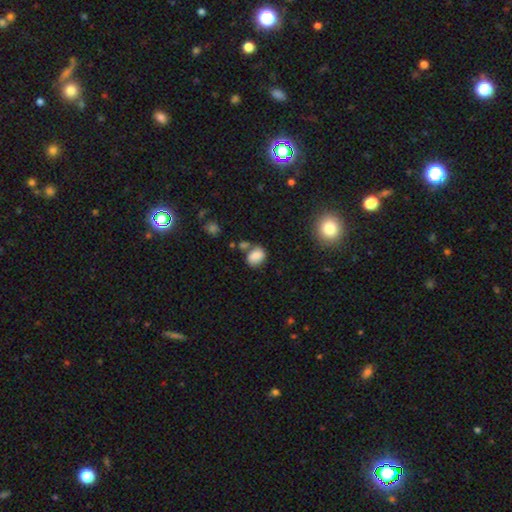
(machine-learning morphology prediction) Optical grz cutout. It shows a smooth galaxy with no disk features (82%) that is in between round and cigar-shaped (61%). Merging: none (57%).